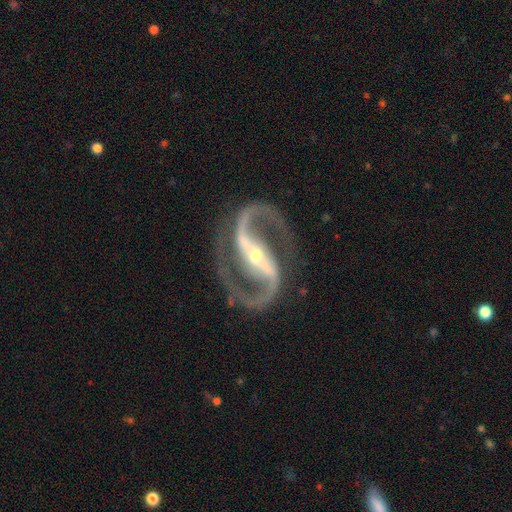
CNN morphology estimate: A featured or disk galaxy (94%) with a strong bar (72%), 2 (95%) medium (66%) spiral arms (99%) and a small central bulge (62%). Merging: none (85%).